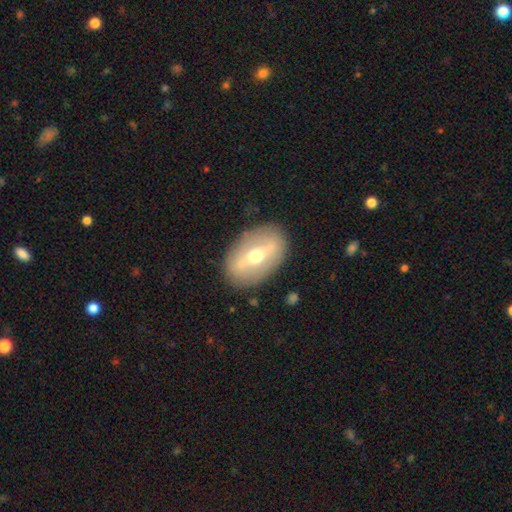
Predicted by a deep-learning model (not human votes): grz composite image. It shows a featured or disk galaxy (63%) with a strong bar (61%), no spiral arms (80%) and a moderate central bulge (72%). Merging: none (86%).